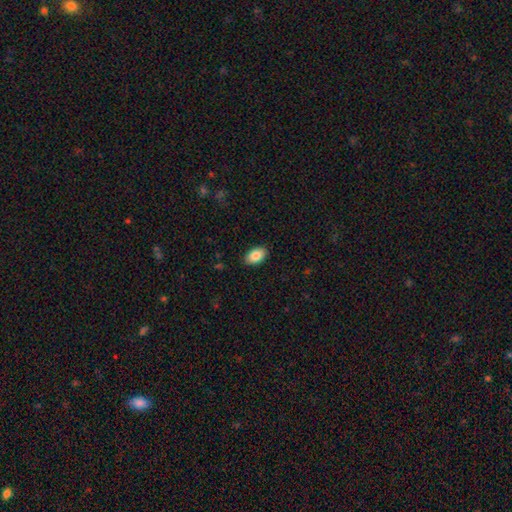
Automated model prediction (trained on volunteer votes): Smooth or featured: smooth — 87% (star or artifact — 7%)
How rounded: in between — 93% (round — 6%)
Merging: none — 89% (minor disturbance — 8%)